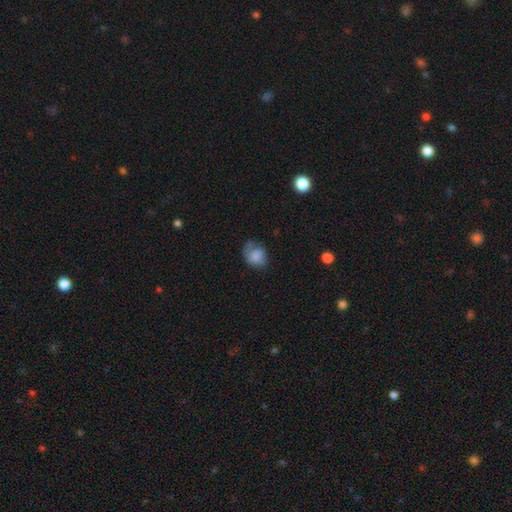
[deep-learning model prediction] Morphology: type=smooth (67%); roundness=in between (52%); merging=none (45%).